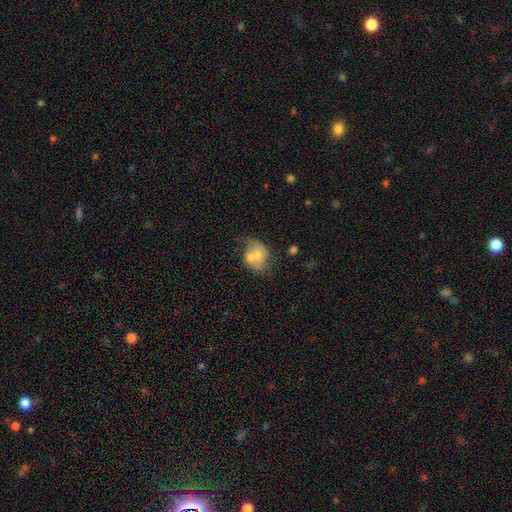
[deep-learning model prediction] Overall: smooth (54%; featured or disk 39%). How rounded: in between (51%; round 47%). Merging: merger (41%; none 30%).